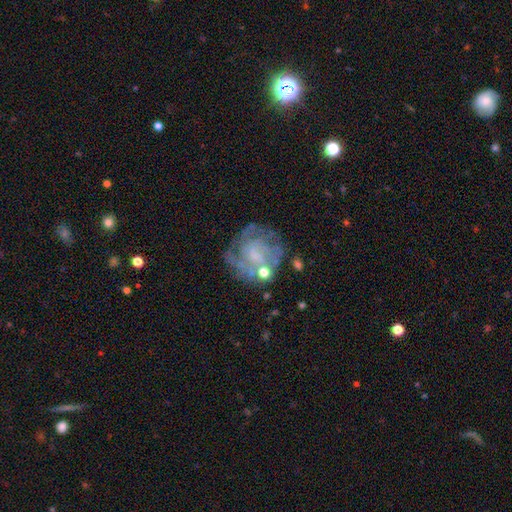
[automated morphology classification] smooth-or-featured: featured or disk: 70% | smooth: 20% | star or artifact: 10%
  disk-edge-on: no: 98% | yes: 2%
    bar: no: 63% | weak: 30% | strong: 7%
    has-spiral-arms: yes: 69% | no: 31%
    bulge-size: none: 42% | small: 30% | moderate: 23% | large: 4% | dominant: 1%
  merging: none: 59% | minor disturbance: 19% | major disturbance: 16% | merger: 5%